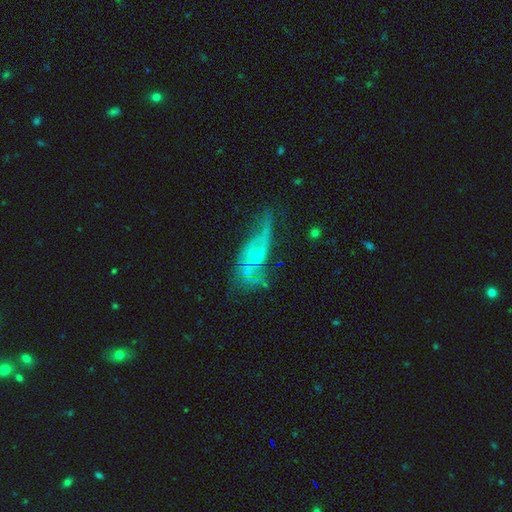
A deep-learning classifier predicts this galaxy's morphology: Smooth or featured? Predicted: featured or disk (p=0.65). Edge-on disk? Predicted: no (p=0.87). Bar? Predicted: no (p=0.79). Spiral arms? Predicted: no (p=0.51). Bulge size? Predicted: small (p=0.64). Merging? Predicted: major disturbance (p=0.34).